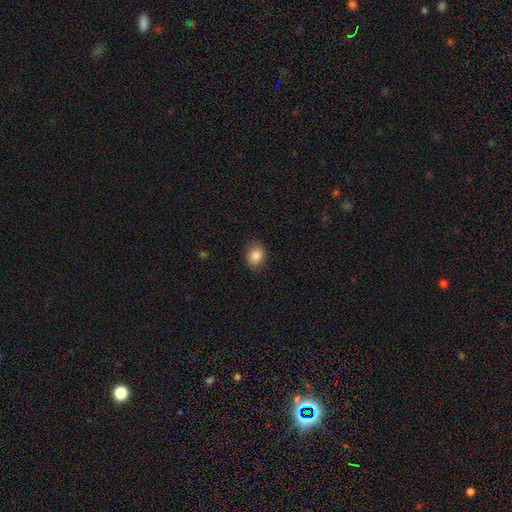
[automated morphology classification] Smooth or featured? smooth (86%)
How rounded? round (51%)
Merging? none (87%)